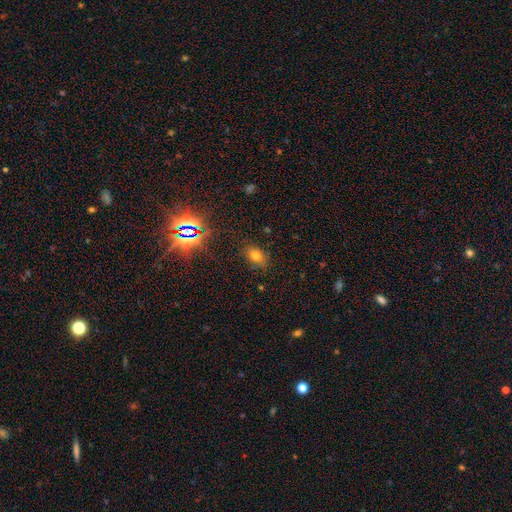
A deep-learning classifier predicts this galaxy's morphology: A smooth galaxy with no disk features (69%) that is in between round and cigar-shaped (78%). Merging: none (80%).